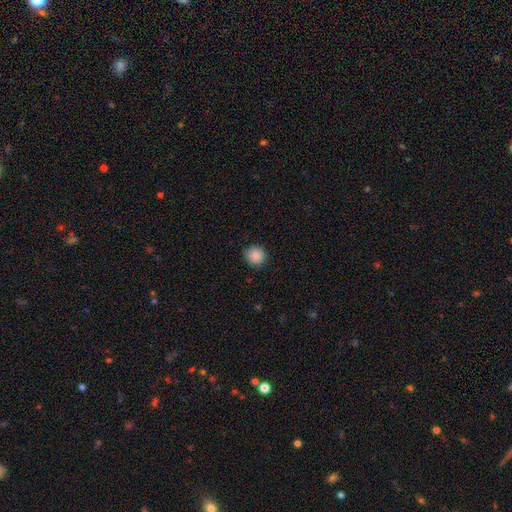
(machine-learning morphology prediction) A smooth galaxy with no disk features (87%) that is round (93%).

Vote fractions:
- Smooth or featured? smooth: 87% / star or artifact: 9% / featured or disk: 4%
- How rounded? round: 93% / in between: 6% / cigar-shaped: 1%
- Merging? none: 85% / minor disturbance: 12% / major disturbance: 2% / merger: 1%